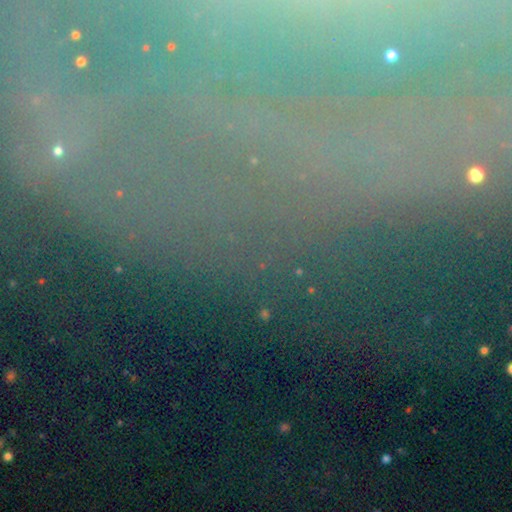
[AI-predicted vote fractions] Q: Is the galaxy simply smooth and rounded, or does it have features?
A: star or artifact — 68%.